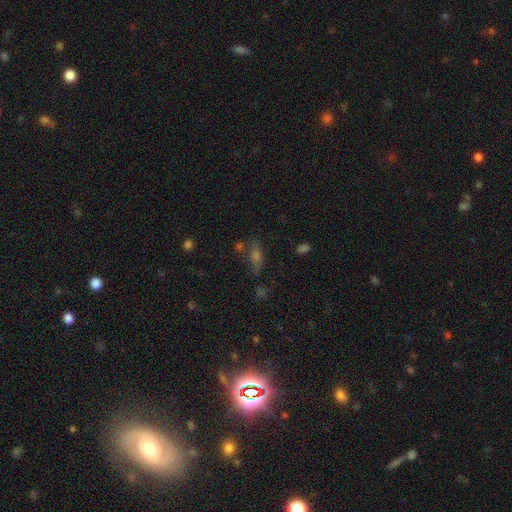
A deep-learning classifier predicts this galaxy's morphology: smooth_or_featured: smooth (p=0.46) [alt: star or artifact p=0.31]
merging: none (p=0.60) [alt: minor disturbance p=0.18]